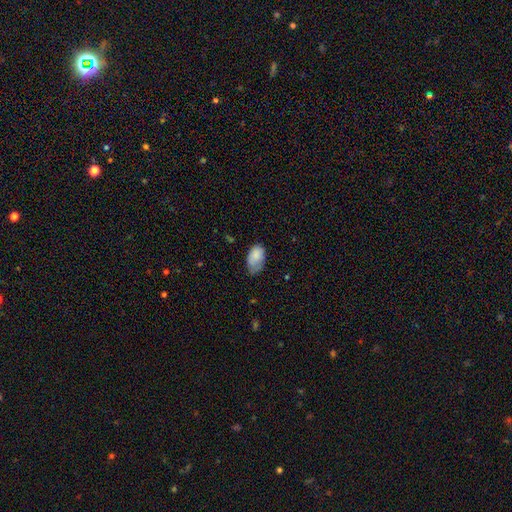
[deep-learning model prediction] Smooth or featured?
  - smooth: 83% *
  - featured or disk: 10%
  - star or artifact: 7%
How rounded?
  - in between: 92% *
  - round: 7%
  - cigar-shaped: 1%
Merging?
  - none: 46% *
  - minor disturbance: 40%
  - major disturbance: 12%
  - merger: 2%